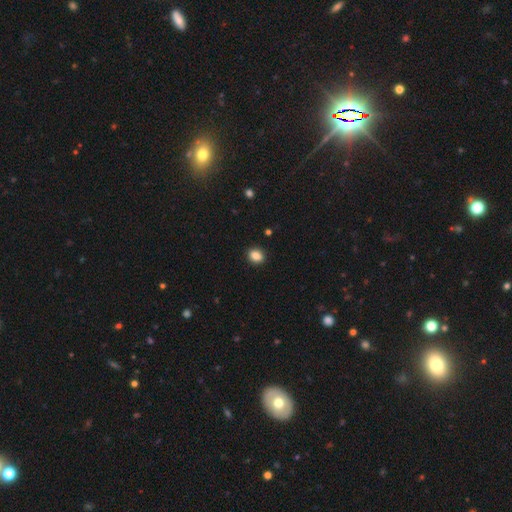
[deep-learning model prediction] This appears to be a smooth galaxy with no disk features (87%) that is round (50%). Merging: none (90%).